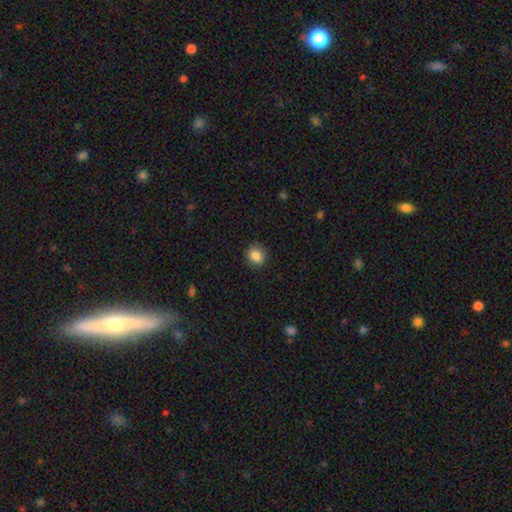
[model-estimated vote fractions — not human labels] This is clearly a smooth galaxy (86%). How rounded: likely round (68%). Merging: clearly none (88%).